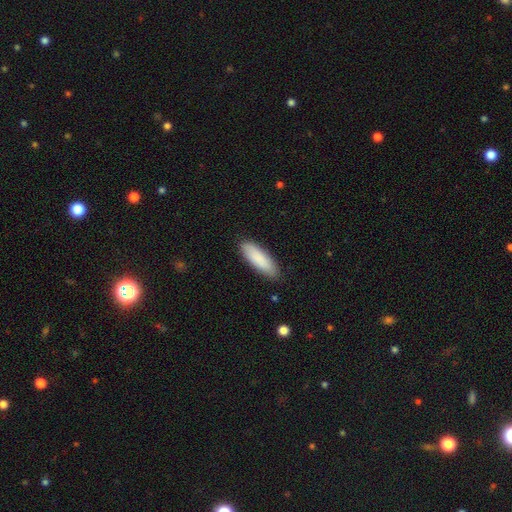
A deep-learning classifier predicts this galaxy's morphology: smooth 88%, featured or disk 7%, star or artifact 5%. Down the decision tree: how rounded — in between (52%); merging — none (86%).